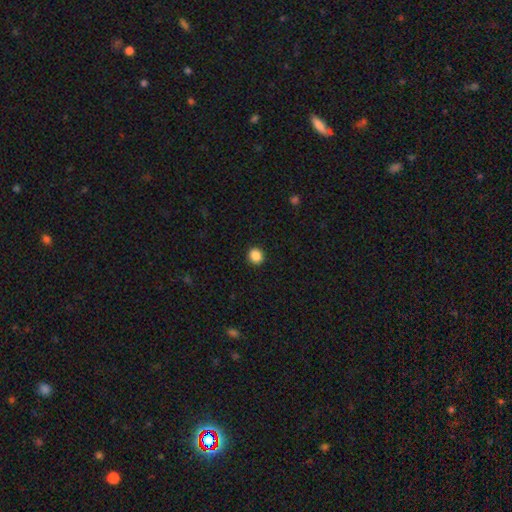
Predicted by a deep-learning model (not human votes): A smooth galaxy with no disk features (88%) that is round (86%).

Vote fractions:
- Smooth or featured? smooth: 88% / star or artifact: 10% / featured or disk: 3%
- How rounded? round: 86% / in between: 13% / cigar-shaped: 1%
- Merging? none: 92% / minor disturbance: 5% / major disturbance: 2% / merger: 1%